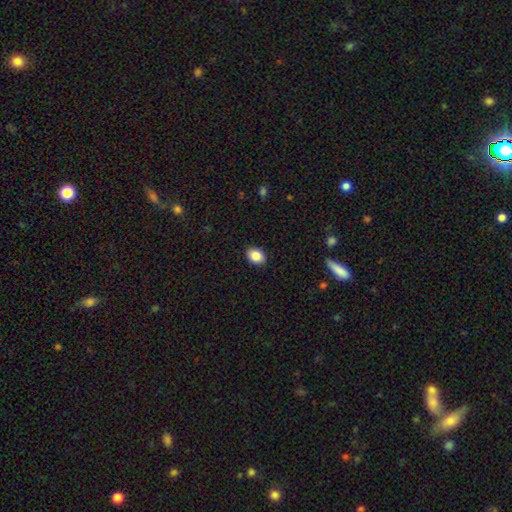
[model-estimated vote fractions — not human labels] Smooth or featured?
  - smooth: 87% *
  - star or artifact: 8%
  - featured or disk: 5%
How rounded?
  - in between: 65% *
  - round: 34%
  - cigar-shaped: 1%
Merging?
  - none: 90% *
  - minor disturbance: 7%
  - major disturbance: 2%
  - merger: 1%